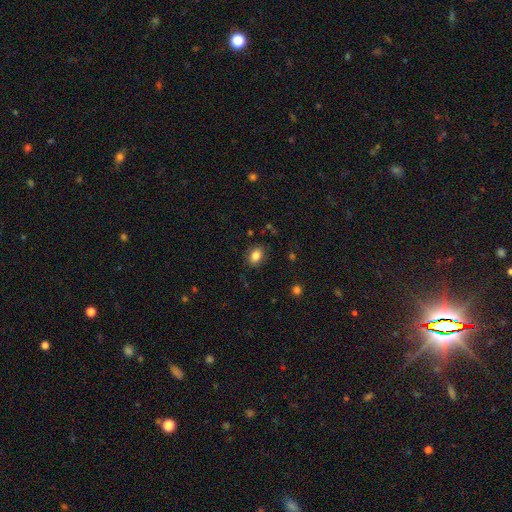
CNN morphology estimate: Overall: smooth (84%). How rounded: in between (73%). Merging: none (84%).